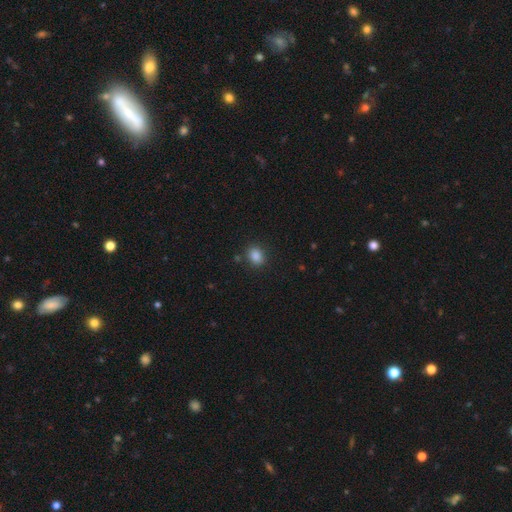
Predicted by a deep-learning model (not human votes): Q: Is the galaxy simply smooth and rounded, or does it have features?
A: smooth — 86%.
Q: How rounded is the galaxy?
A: in between — 52%.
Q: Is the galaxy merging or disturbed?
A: none — 84%.